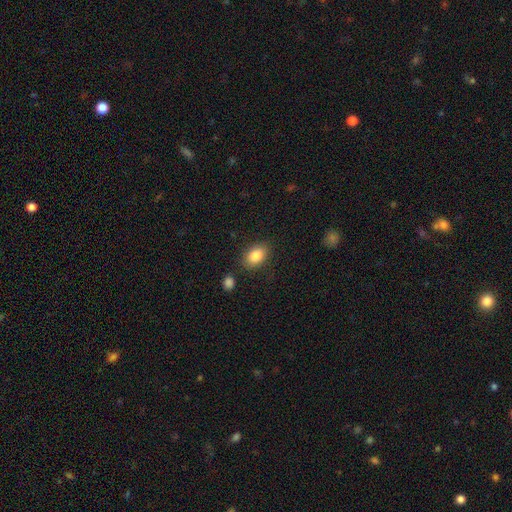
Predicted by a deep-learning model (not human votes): Morphology: type=smooth (86%); roundness=in between (86%); merging=none (82%).